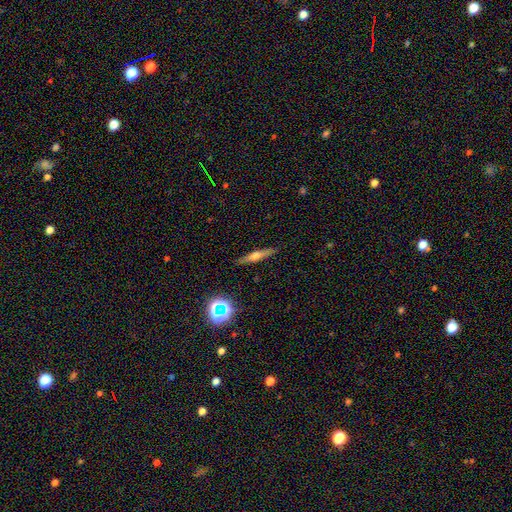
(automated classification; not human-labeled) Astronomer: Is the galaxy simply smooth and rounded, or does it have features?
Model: featured or disk — 57% (runner-up: smooth, 33%).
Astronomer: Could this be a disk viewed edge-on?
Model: yes — 96%.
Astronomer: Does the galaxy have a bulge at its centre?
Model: rounded — 88%.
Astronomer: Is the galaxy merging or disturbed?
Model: none — 89%.